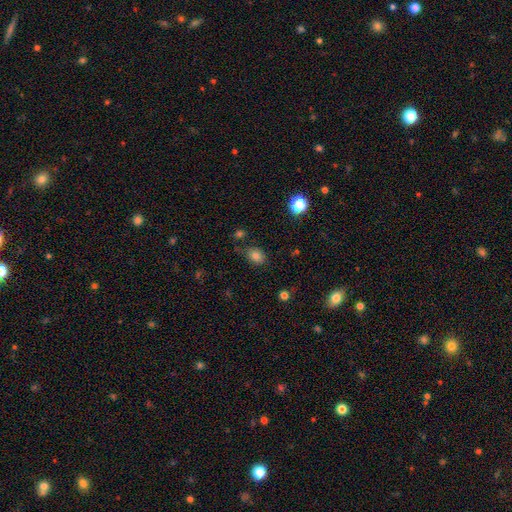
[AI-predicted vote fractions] A smooth galaxy with no disk features (80%) that is in between round and cigar-shaped (58%). Merging: none (71%).